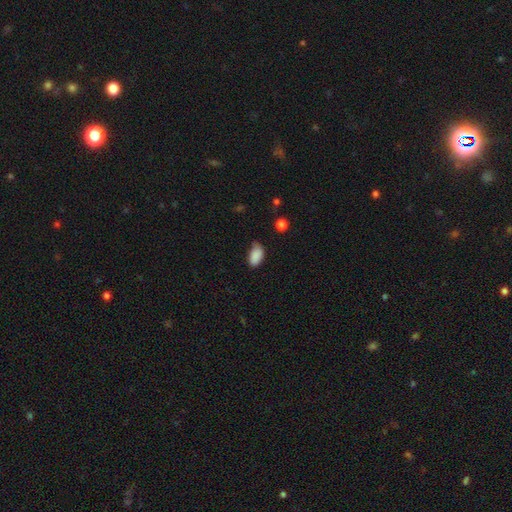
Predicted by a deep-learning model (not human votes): This appears to be a smooth galaxy with no disk features (87%) that is in between round and cigar-shaped (93%). Merging: none (52%).